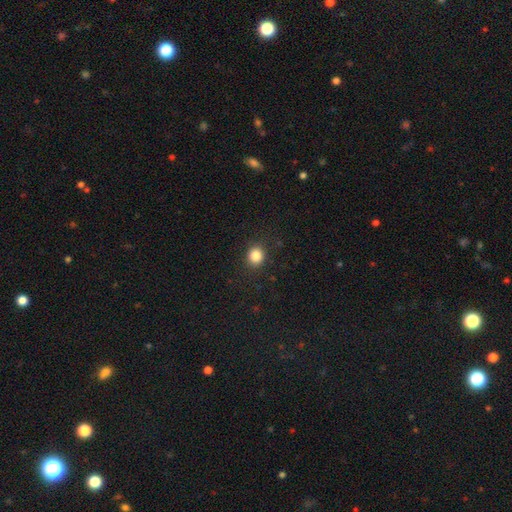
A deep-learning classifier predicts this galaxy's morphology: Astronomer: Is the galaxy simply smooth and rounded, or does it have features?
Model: smooth — 85%.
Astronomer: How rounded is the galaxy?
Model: round — 80%.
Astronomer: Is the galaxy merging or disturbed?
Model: none — 89%.